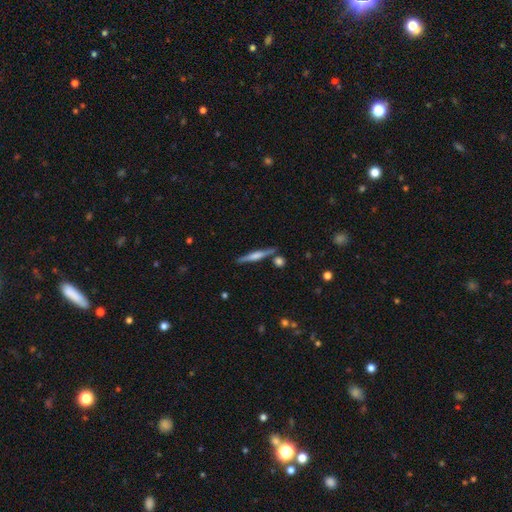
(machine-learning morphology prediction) A featured or disk galaxy (61%) viewed edge-on (98%) with a rounded central bulge (64%). Merging: none (84%).